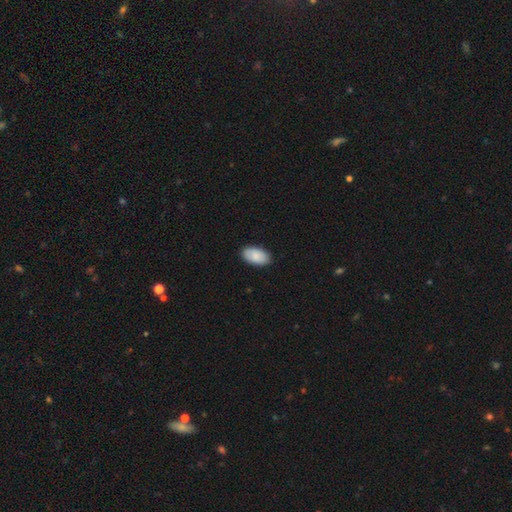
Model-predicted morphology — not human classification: Smooth or featured? Predicted: smooth (p=0.87). How rounded? Predicted: in between (p=0.95). Merging? Predicted: none (p=0.88).